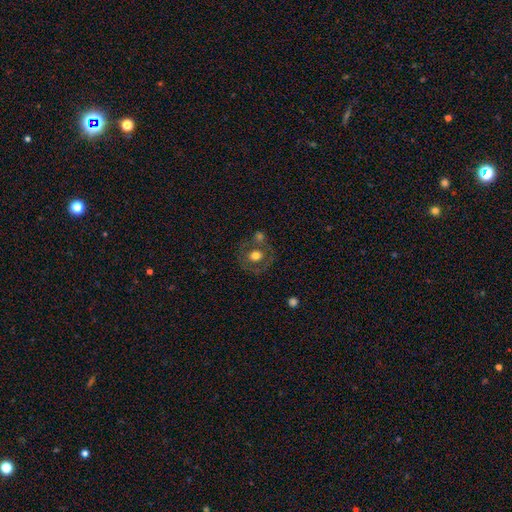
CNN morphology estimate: This appears to be a smooth galaxy with no disk features (55%) that is round (80%). Merging: none (61%).